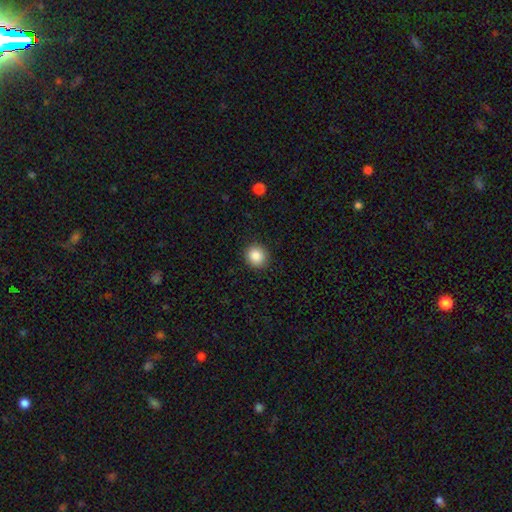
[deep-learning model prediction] smooth_or_featured: smooth (p=0.88) [alt: star or artifact p=0.09]
how_rounded: round (p=0.87) [alt: in between p=0.12]
merging: none (p=0.91) [alt: minor disturbance p=0.06]